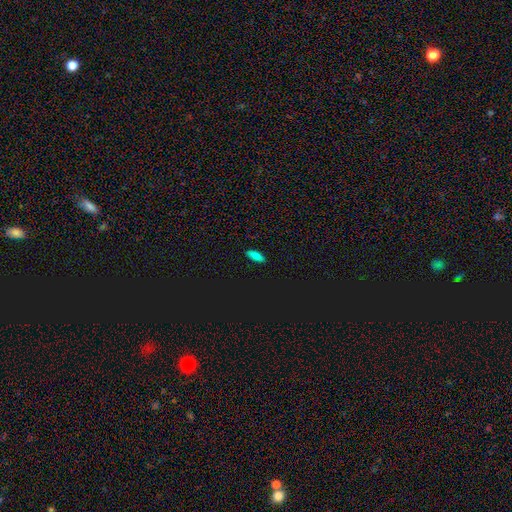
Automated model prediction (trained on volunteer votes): Morphology: type=smooth (76%); roundness=in between (72%); merging=none (89%).